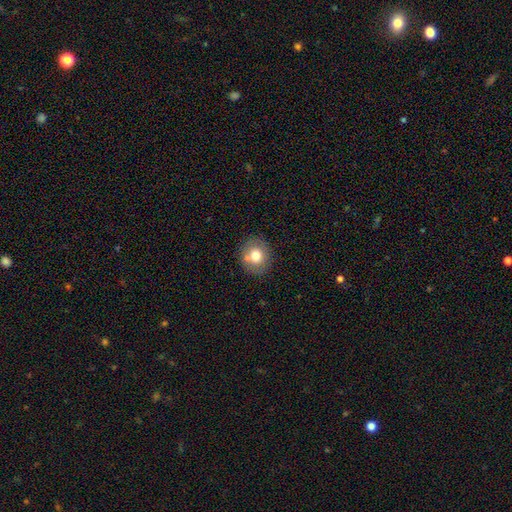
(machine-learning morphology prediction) Q: Smooth or featured?
A: smooth (72%); runner-up: featured or disk (18%)
Q: How rounded?
A: round (74%); runner-up: in between (25%)
Q: Merging?
A: none (76%); runner-up: minor disturbance (13%)